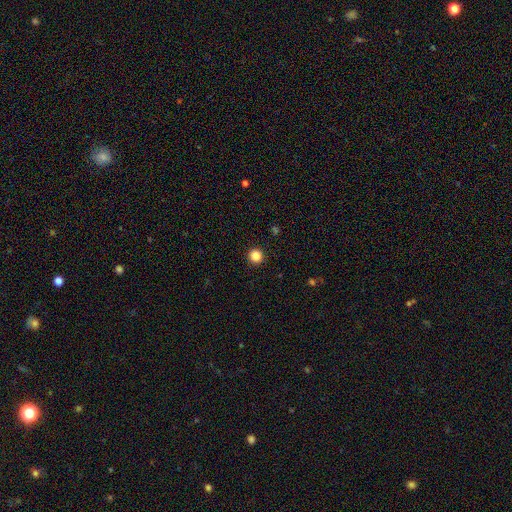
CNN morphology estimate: The model was most divided on "smooth or featured": smooth: 85%, star or artifact: 12%, featured or disk: 4%. More confident: how rounded — round (95%); merging — none (93%).